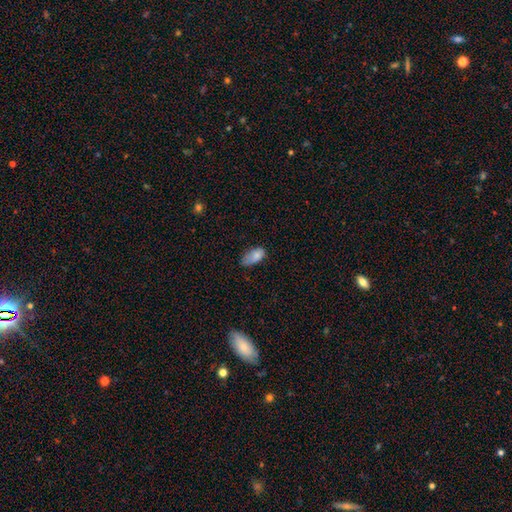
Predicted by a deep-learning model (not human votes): Morphology: type=smooth (82%); roundness=in between (92%); merging=none (42%).